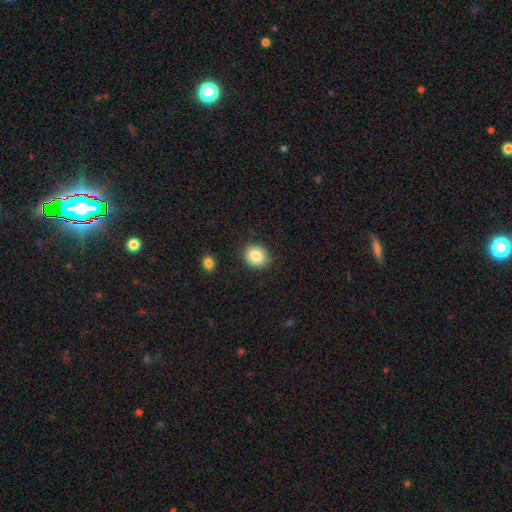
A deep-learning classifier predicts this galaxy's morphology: smooth_or_featured: smooth (p=0.85) [alt: star or artifact p=0.09]
how_rounded: round (p=0.76) [alt: in between p=0.23]
merging: none (p=0.84) [alt: minor disturbance p=0.11]